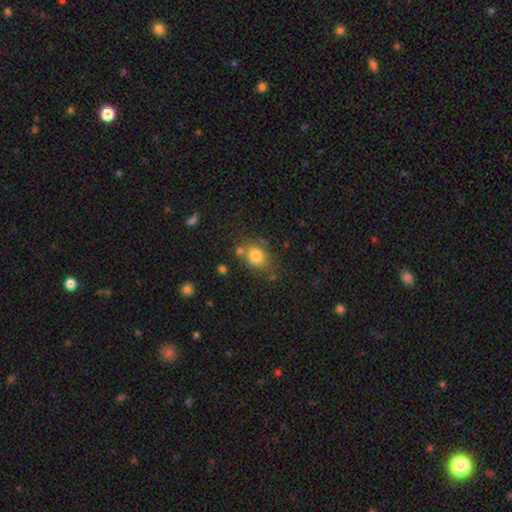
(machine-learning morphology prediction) smooth 79%, star or artifact 11%, featured or disk 10%. Down the decision tree: how rounded — round (52%); merging — none (66%).